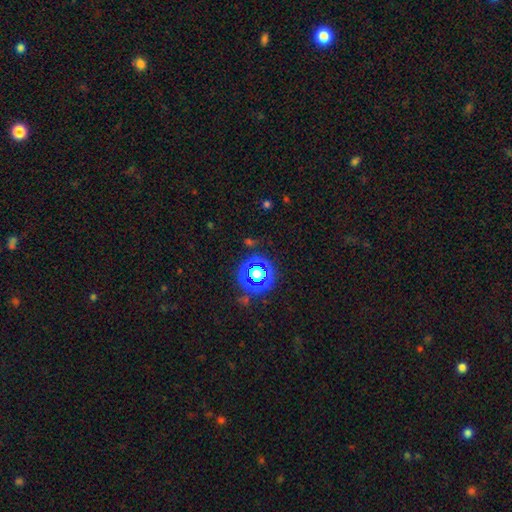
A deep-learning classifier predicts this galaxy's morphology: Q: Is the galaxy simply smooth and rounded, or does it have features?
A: star or artifact — 73%.